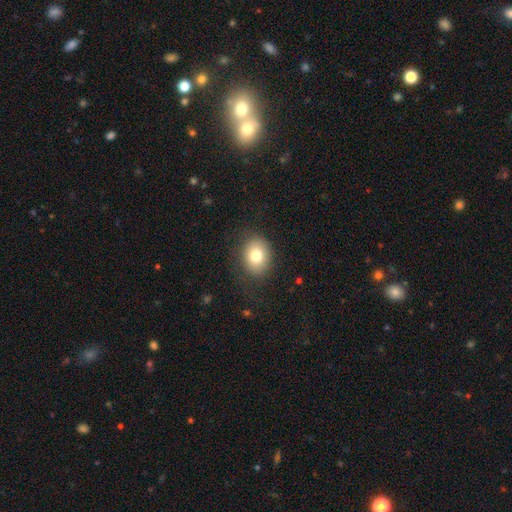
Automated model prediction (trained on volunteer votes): This is likely a smooth galaxy (78%). How rounded: possibly in between (50%). Merging: clearly none (82%).